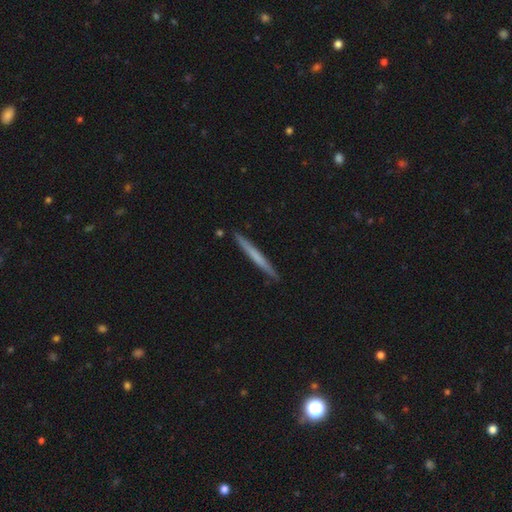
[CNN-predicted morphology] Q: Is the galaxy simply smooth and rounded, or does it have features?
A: smooth — 54%.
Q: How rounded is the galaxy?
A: cigar-shaped — 97%.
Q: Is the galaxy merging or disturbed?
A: none — 91%.